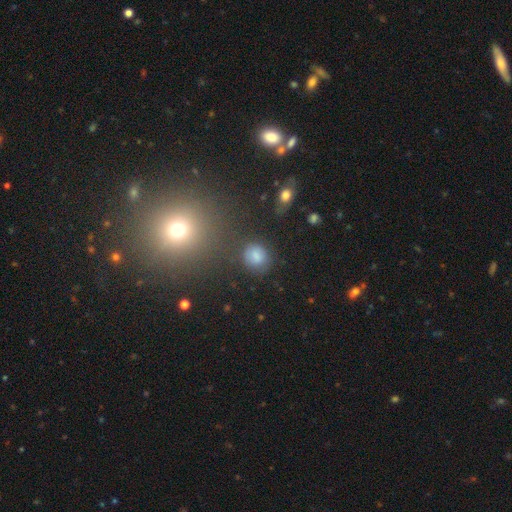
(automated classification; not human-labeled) smooth_or_featured: smooth (p=0.80) [alt: star or artifact p=0.12]
how_rounded: round (p=0.77) [alt: in between p=0.22]
merging: none (p=0.77) [alt: minor disturbance p=0.14]